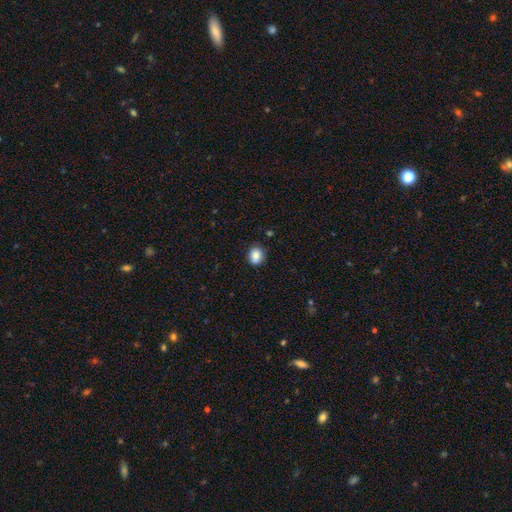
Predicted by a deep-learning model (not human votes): This appears to be a smooth galaxy with no disk features (86%) that is round (63%). Merging: none (84%).